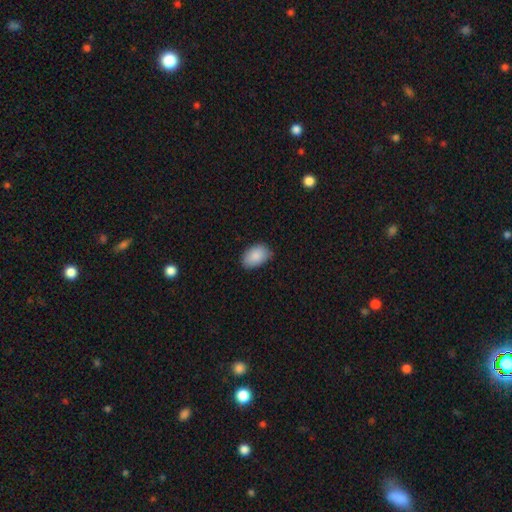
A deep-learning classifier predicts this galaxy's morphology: This is clearly a smooth galaxy (89%). How rounded: clearly in between (90%). Merging: clearly none (81%).